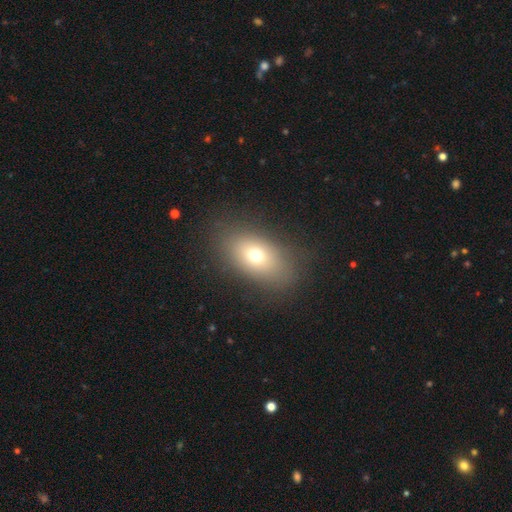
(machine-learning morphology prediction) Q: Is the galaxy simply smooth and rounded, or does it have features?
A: smooth — 69%.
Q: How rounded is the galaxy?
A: in between — 82%.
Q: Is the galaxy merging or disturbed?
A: none — 82%.